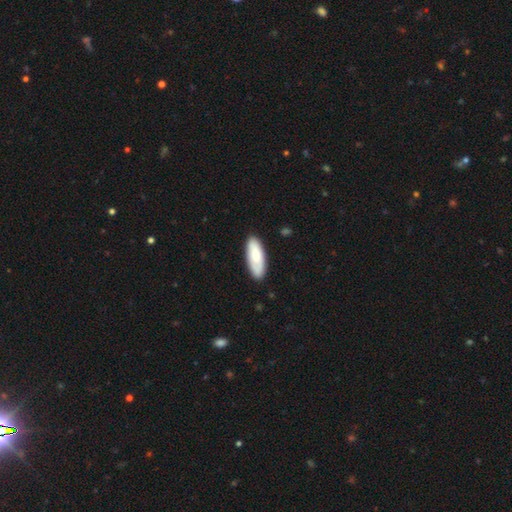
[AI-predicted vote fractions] A smooth galaxy with no disk features (69%) that is in between round and cigar-shaped (78%). Merging: none (85%).